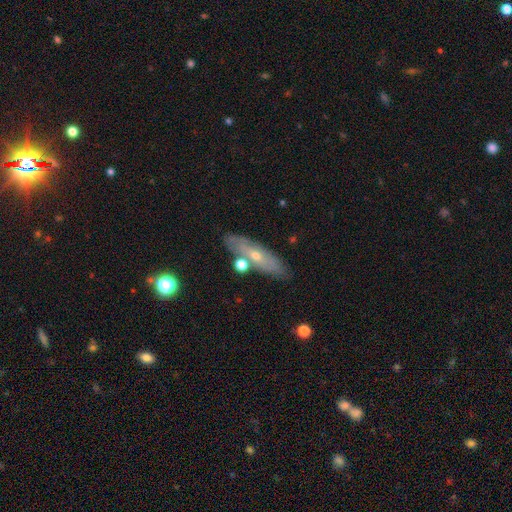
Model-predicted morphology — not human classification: Smooth or featured? Predicted: featured or disk (p=0.52). Edge-on disk? Predicted: no (p=0.55). Merging? Predicted: none (p=0.76).